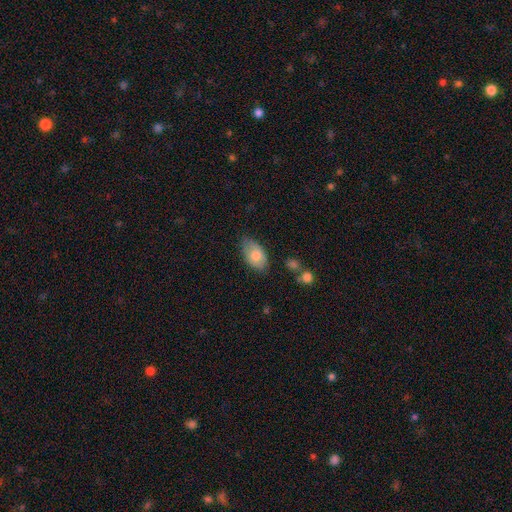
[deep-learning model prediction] Smooth or featured? Predicted: smooth (p=0.74). How rounded? Predicted: in between (p=0.92). Merging? Predicted: none (p=0.68).